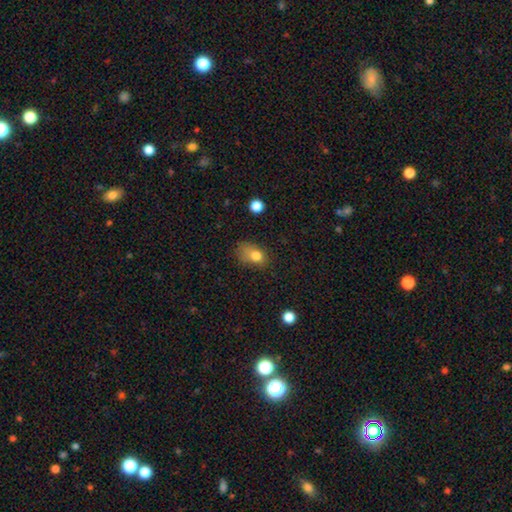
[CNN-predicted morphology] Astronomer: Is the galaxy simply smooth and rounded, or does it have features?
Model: smooth — 78%.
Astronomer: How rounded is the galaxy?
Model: in between — 74%.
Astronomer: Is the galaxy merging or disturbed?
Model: none — 39% (runner-up: minor disturbance, 36%).